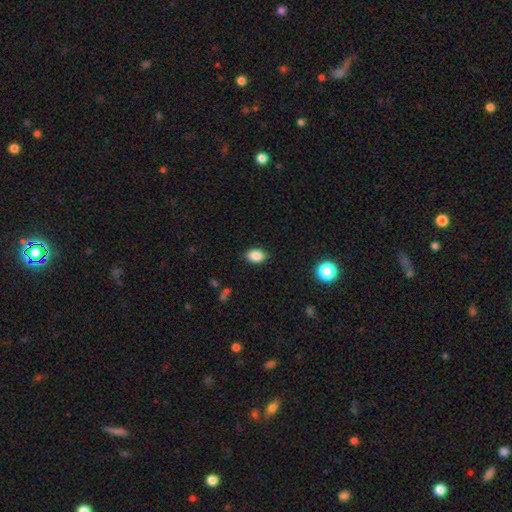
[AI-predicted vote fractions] Smooth or featured?
  - smooth: 85% *
  - star or artifact: 10%
  - featured or disk: 5%
How rounded?
  - in between: 82% *
  - round: 16%
  - cigar-shaped: 1%
Merging?
  - none: 85% *
  - minor disturbance: 11%
  - major disturbance: 2%
  - merger: 1%